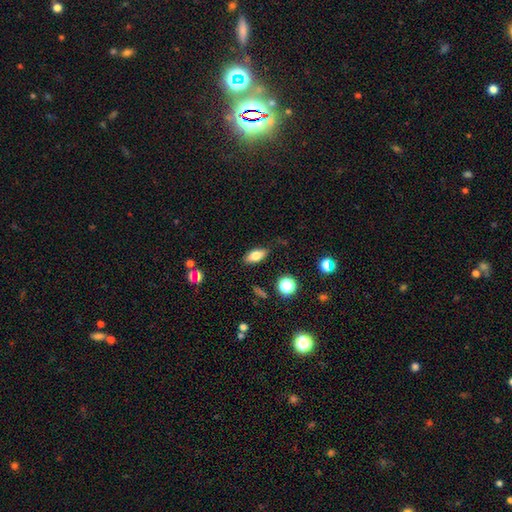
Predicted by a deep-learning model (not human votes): smooth_or_featured: smooth (p=0.75) [alt: featured or disk p=0.16]
how_rounded: in between (p=0.84) [alt: cigar-shaped p=0.11]
merging: none (p=0.82) [alt: minor disturbance p=0.13]